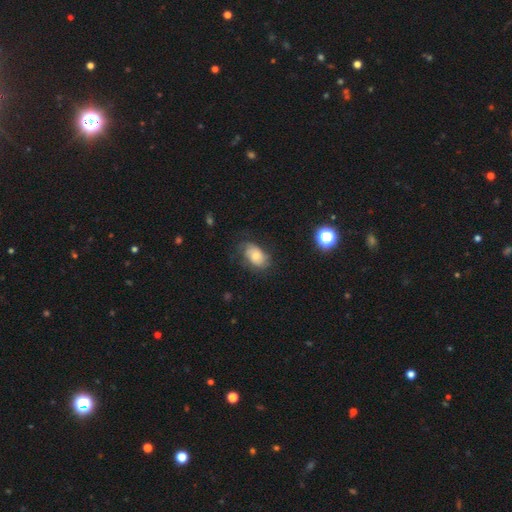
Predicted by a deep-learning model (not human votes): smooth 52%, featured or disk 38%, star or artifact 10%. Down the decision tree: how rounded — in between (87%); merging — none (58%).